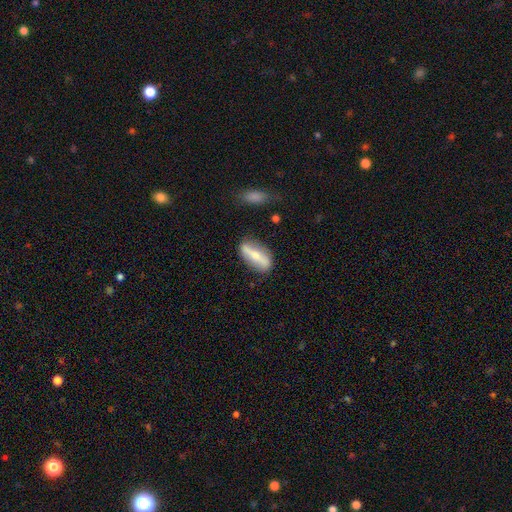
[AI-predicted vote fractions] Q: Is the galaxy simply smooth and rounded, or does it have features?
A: featured or disk — 54%.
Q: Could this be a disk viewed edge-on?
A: no — 61%.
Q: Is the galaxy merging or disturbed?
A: none — 77%.